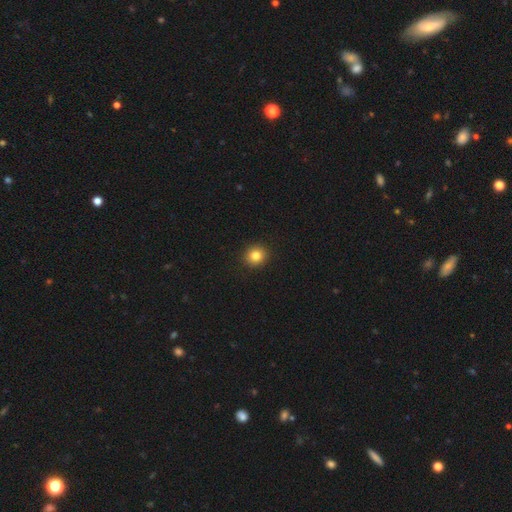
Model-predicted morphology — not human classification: This appears to be a smooth galaxy with no disk features (83%) that is round (88%). Merging: none (93%).